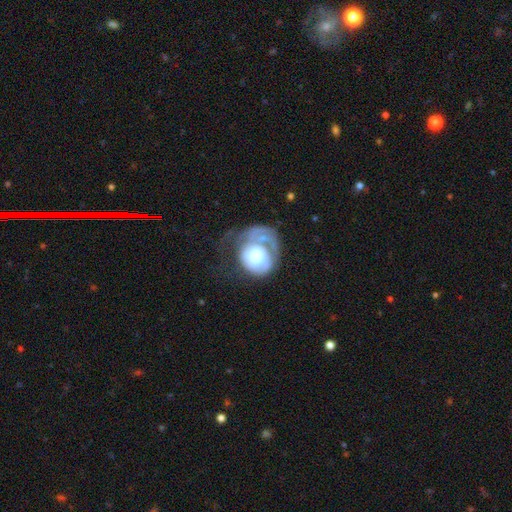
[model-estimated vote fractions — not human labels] A featured or disk galaxy (62%) with no bar (83%), spiral arms (66%) and a moderate central bulge (54%). Merging: major disturbance (44%).